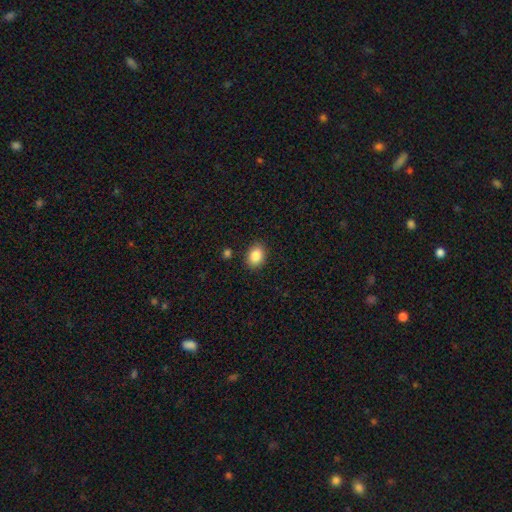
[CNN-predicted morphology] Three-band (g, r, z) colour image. It shows a smooth galaxy with no disk features (86%) that is in between round and cigar-shaped (67%). Merging: none (87%).